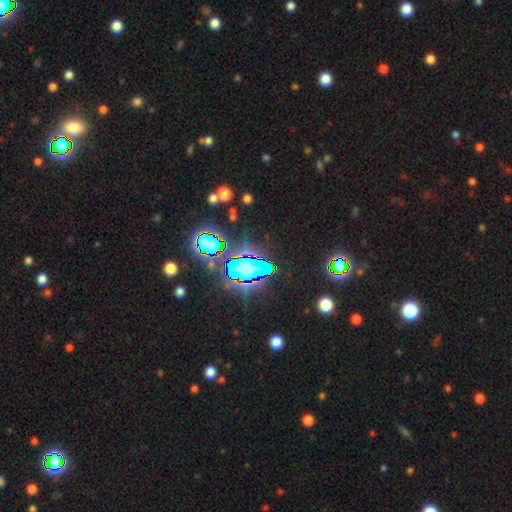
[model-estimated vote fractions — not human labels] The model was most divided on "smooth or featured": star or artifact: 79%, smooth: 11%, featured or disk: 10%.